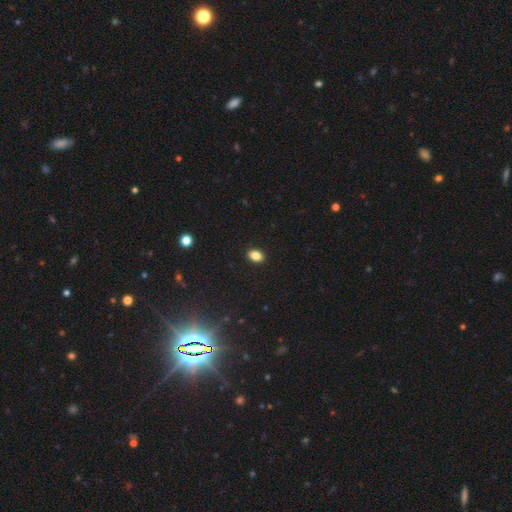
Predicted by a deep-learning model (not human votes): Smooth or featured: smooth — 85% (star or artifact — 10%)
How rounded: in between — 75% (round — 24%)
Merging: none — 91% (minor disturbance — 6%)